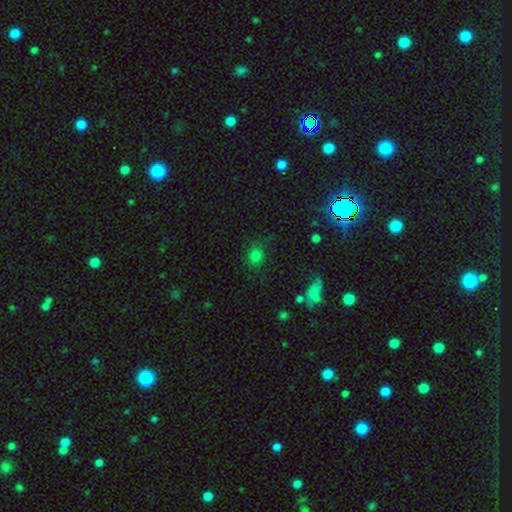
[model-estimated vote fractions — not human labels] Smooth or featured: smooth — 75% (star or artifact — 18%)
How rounded: round — 70% (in between — 28%)
Merging: none — 77% (minor disturbance — 14%)